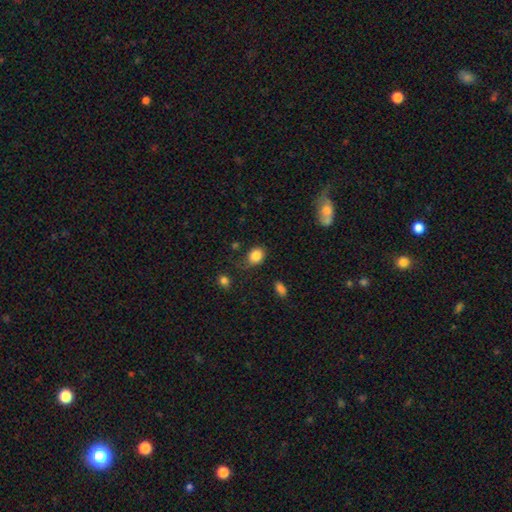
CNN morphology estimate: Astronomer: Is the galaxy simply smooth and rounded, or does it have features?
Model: smooth — 85%.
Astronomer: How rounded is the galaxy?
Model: round — 58% (runner-up: in between, 41%).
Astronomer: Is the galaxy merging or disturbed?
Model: none — 66%.